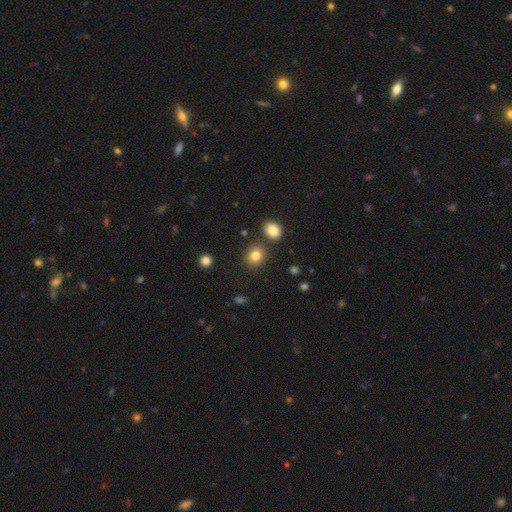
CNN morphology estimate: smooth-or-featured: smooth: 82% | star or artifact: 11% | featured or disk: 6%
  how-rounded: round: 77% | in between: 22% | cigar-shaped: 1%
  merging: none: 81% | minor disturbance: 8% | merger: 8% | major disturbance: 3%